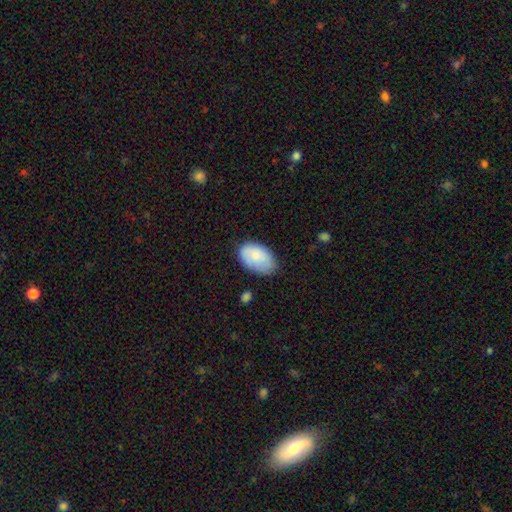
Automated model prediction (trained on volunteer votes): This appears to be a smooth galaxy with no disk features (83%) that is in between round and cigar-shaped (93%). Merging: none (71%).